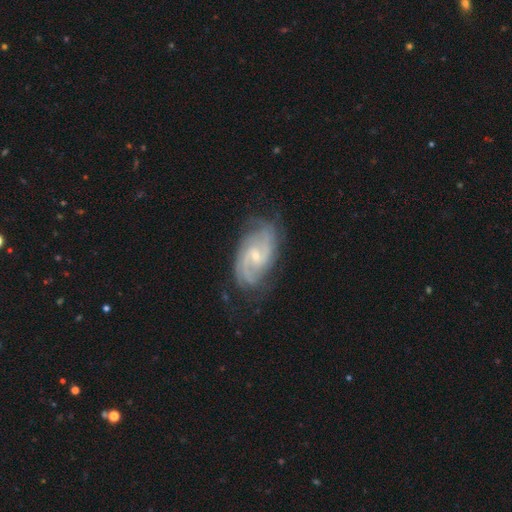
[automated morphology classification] Smooth or featured? featured or disk (88%)
Edge-on disk? no (96%)
Bar? weak (47%)
Spiral arms? yes (97%)
Spiral winding? tight (47%)
Spiral arm count? 2 (52%)
Bulge size? small (68%)
Merging? none (75%)